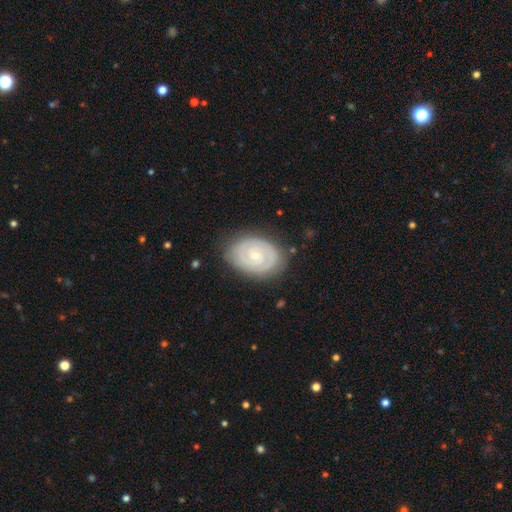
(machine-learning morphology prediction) Q: Smooth or featured?
A: featured or disk (76%); runner-up: smooth (19%)
Q: Edge-on disk?
A: no (97%); runner-up: yes (3%)
Q: Bar?
A: no (75%); runner-up: weak (20%)
Q: Spiral arms?
A: yes (77%); runner-up: no (23%)
Q: Spiral winding?
A: tight (76%); runner-up: medium (18%)
Q: Spiral arm count?
A: 2 (53%); runner-up: can't tell (28%)
Q: Bulge size?
A: small (68%); runner-up: moderate (29%)
Q: Merging?
A: none (81%); runner-up: minor disturbance (13%)